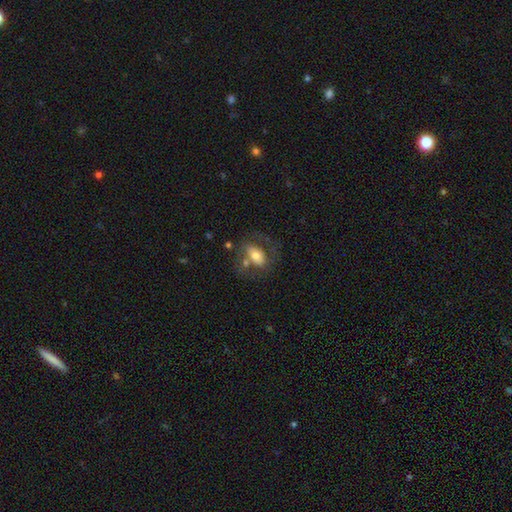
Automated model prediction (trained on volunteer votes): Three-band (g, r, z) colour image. It shows a smooth galaxy with no disk features (58%) that is in between round and cigar-shaped (86%). Merging: none (49%).